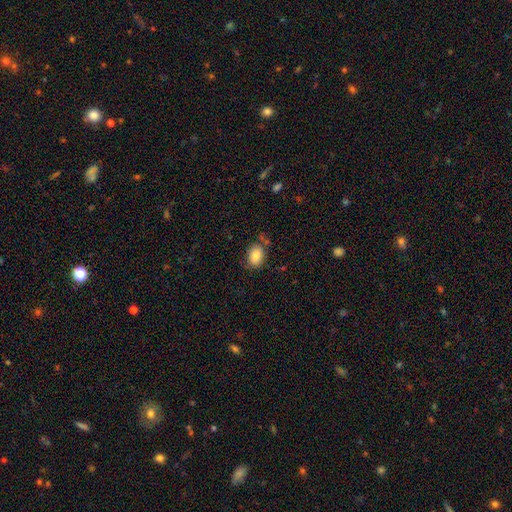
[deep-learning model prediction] Smooth or featured?
  - smooth: 85% *
  - star or artifact: 8%
  - featured or disk: 7%
How rounded?
  - in between: 79% *
  - round: 20%
  - cigar-shaped: 1%
Merging?
  - none: 71% *
  - minor disturbance: 18%
  - merger: 6%
  - major disturbance: 5%